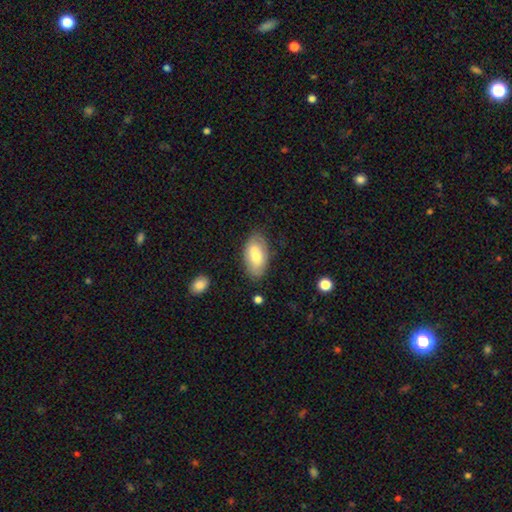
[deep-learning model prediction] Smooth or featured? smooth (69%)
How rounded? in between (94%)
Merging? none (78%)